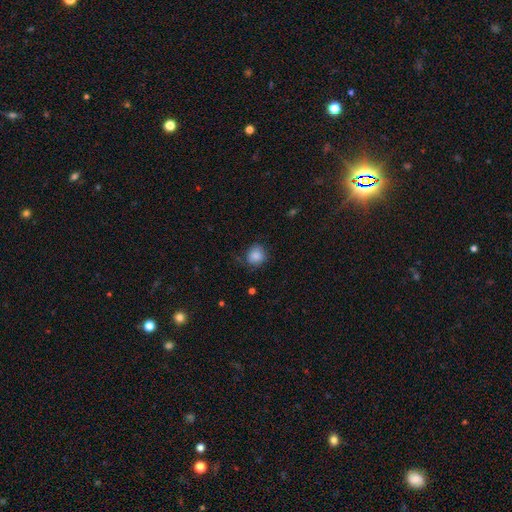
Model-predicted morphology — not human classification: smooth-or-featured: smooth: 86% | star or artifact: 9% | featured or disk: 5%
  how-rounded: round: 81% | in between: 18% | cigar-shaped: 1%
  merging: none: 68% | minor disturbance: 23% | major disturbance: 7% | merger: 1%